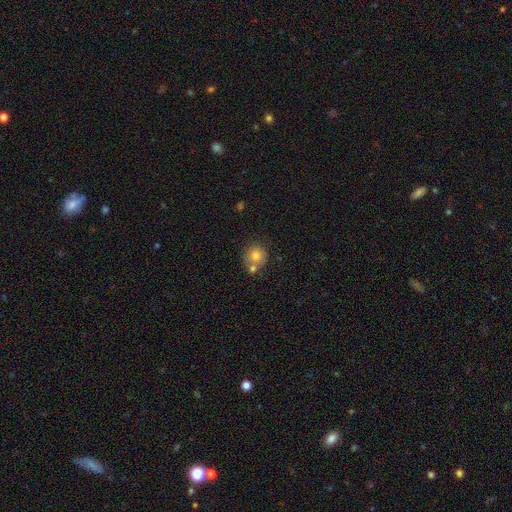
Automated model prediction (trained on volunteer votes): Smooth or featured: smooth — 78% (featured or disk — 12%)
How rounded: round — 89% (in between — 10%)
Merging: none — 57% (merger — 30%)